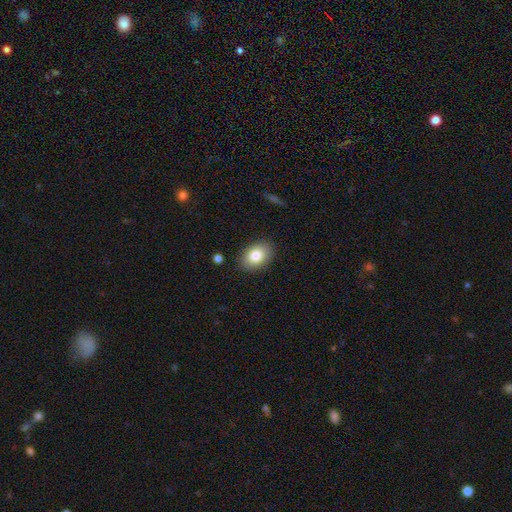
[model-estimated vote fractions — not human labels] smooth_or_featured: smooth (p=0.82) [alt: featured or disk p=0.10]
how_rounded: in between (p=0.80) [alt: round p=0.19]
merging: none (p=0.87) [alt: minor disturbance p=0.09]